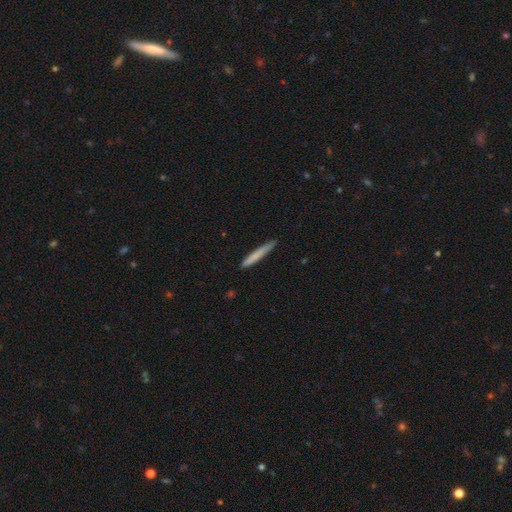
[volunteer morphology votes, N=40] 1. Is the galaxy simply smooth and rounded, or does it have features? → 75% smooth, 12% featured or disk, 12% star or artifact.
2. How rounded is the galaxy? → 97% cigar-shaped, 3% in between, 0% round.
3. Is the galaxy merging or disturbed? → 83% none, 14% minor disturbance, 3% merger, 0% major disturbance.